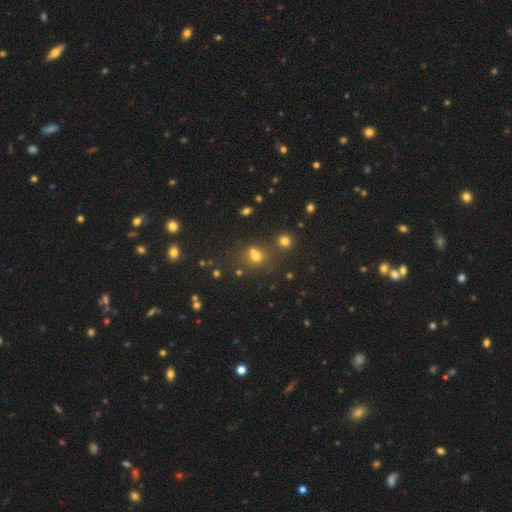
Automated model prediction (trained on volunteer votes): smooth-or-featured: smooth: 60% | star or artifact: 27% | featured or disk: 12%
  how-rounded: round: 79% | in between: 20% | cigar-shaped: 1%
  merging: none: 55% | merger: 32% | minor disturbance: 9% | major disturbance: 4%